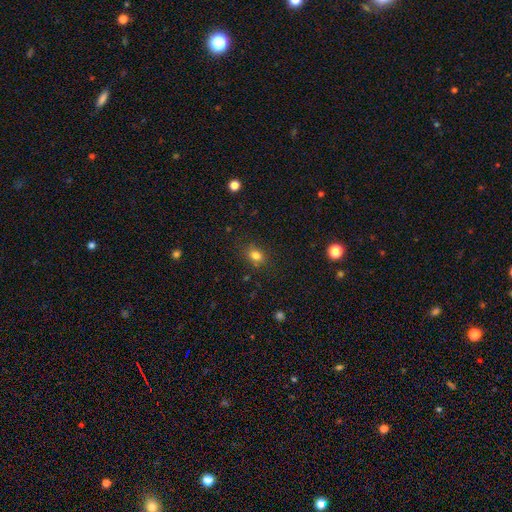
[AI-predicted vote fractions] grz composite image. It shows a smooth galaxy with no disk features (79%) that is in between round and cigar-shaped (57%). Merging: none (81%).